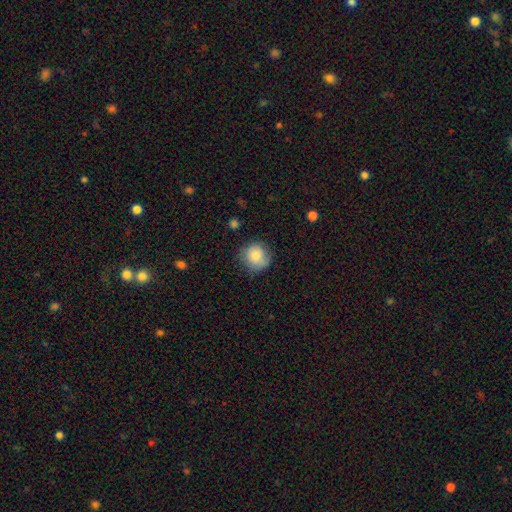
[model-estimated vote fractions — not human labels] Morphology: type=smooth (78%); roundness=round (87%); merging=none (69%).